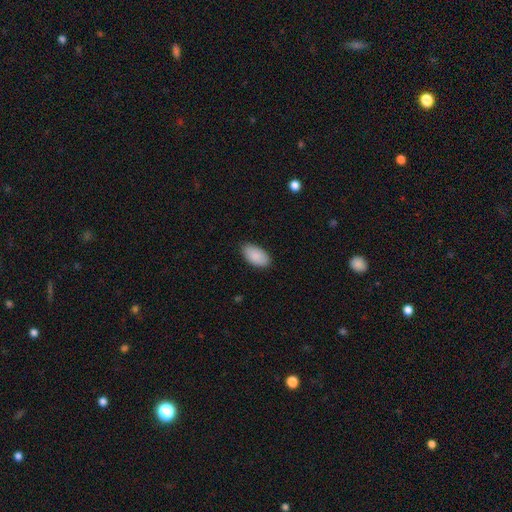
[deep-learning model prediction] A smooth galaxy with no disk features (89%) that is in between round and cigar-shaped (95%). Merging: none (82%).